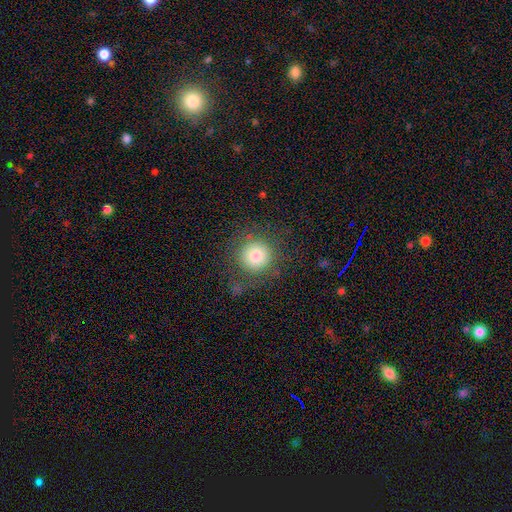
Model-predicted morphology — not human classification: smooth-or-featured: smooth: 80% | star or artifact: 10% | featured or disk: 10%
  how-rounded: round: 94% | in between: 5% | cigar-shaped: 1%
  merging: none: 76% | minor disturbance: 13% | major disturbance: 9% | merger: 2%